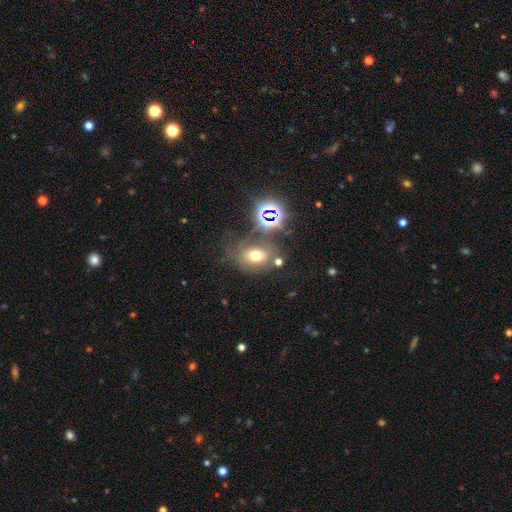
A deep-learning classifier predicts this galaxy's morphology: Q: Smooth or featured?
A: smooth (59%); runner-up: star or artifact (26%)
Q: How rounded?
A: in between (55%); runner-up: round (43%)
Q: Merging?
A: none (61%); runner-up: minor disturbance (16%)